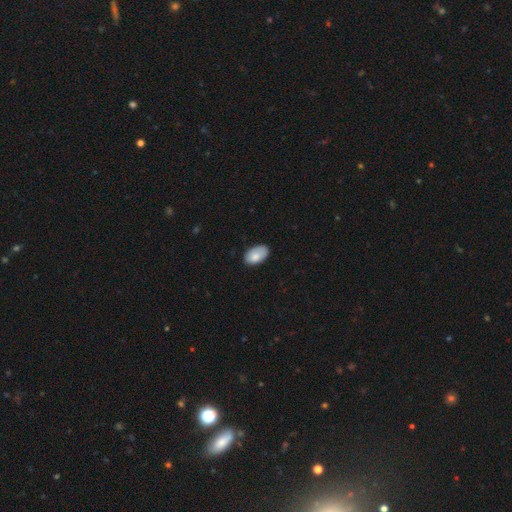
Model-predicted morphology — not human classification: A smooth galaxy with no disk features (83%) that is in between round and cigar-shaped (94%). Merging: none (78%).